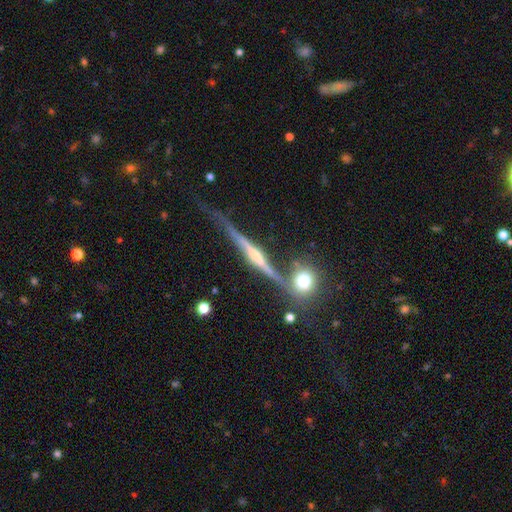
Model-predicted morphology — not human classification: Overall: featured or disk (84%). Edge-on disk: yes (97%). Edge-on bulge: rounded (77%). Merging: none (72%).